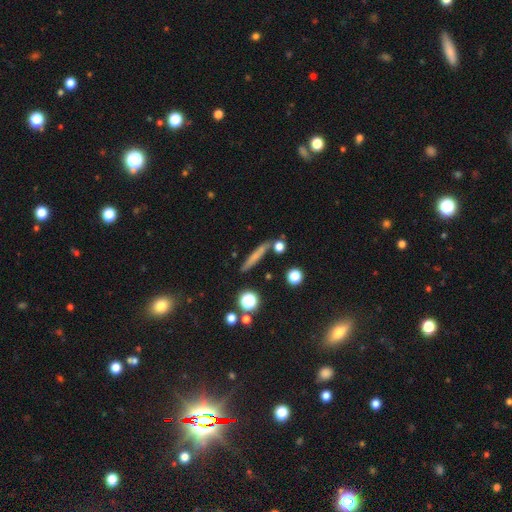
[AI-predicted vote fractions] Smooth or featured?
  - smooth: 60% *
  - featured or disk: 29%
  - star or artifact: 11%
How rounded?
  - cigar-shaped: 86% *
  - in between: 7%
  - round: 7%
Merging?
  - none: 79% *
  - minor disturbance: 11%
  - merger: 7%
  - major disturbance: 3%